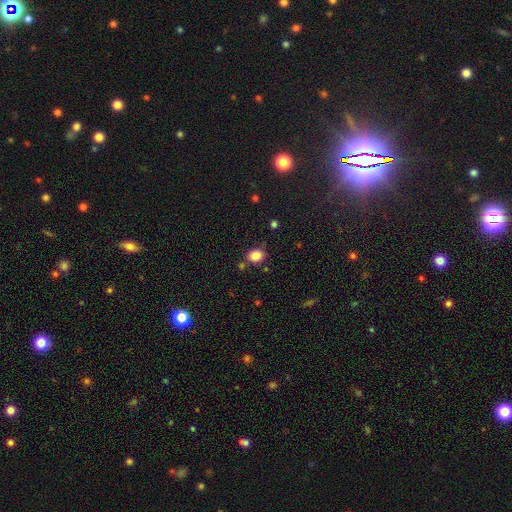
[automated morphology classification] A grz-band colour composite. It shows a smooth galaxy with no disk features (84%) that is in between round and cigar-shaped (50%). Merging: none (76%).